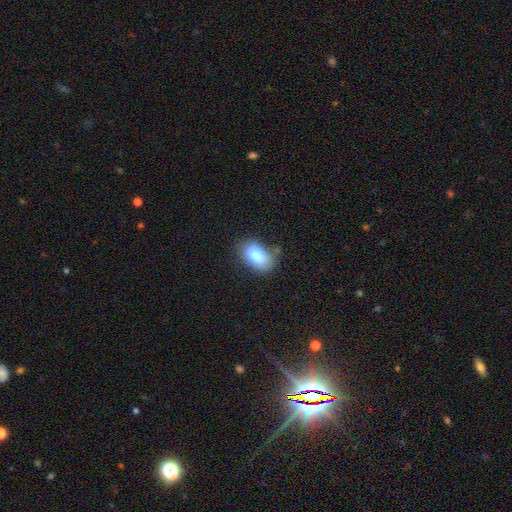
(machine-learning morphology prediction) Smooth or featured: smooth — 79% (featured or disk — 12%)
How rounded: in between — 89% (round — 10%)
Merging: none — 64% (minor disturbance — 24%)